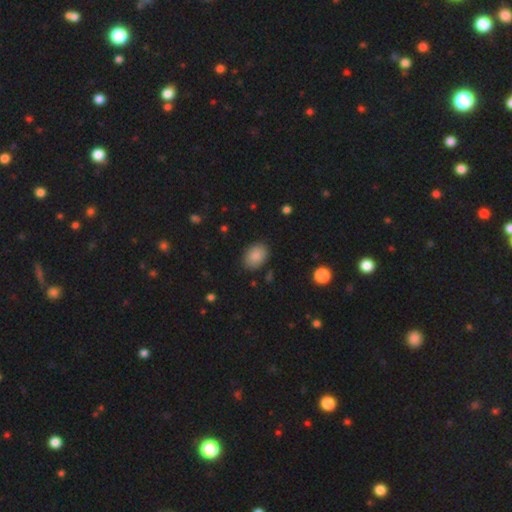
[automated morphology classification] A smooth galaxy with no disk features (86%) that is in between round and cigar-shaped (76%).

Vote fractions:
- Smooth or featured? smooth: 86% / star or artifact: 8% / featured or disk: 6%
- How rounded? in between: 76% / round: 23% / cigar-shaped: 1%
- Merging? none: 86% / minor disturbance: 10% / major disturbance: 3% / merger: 1%